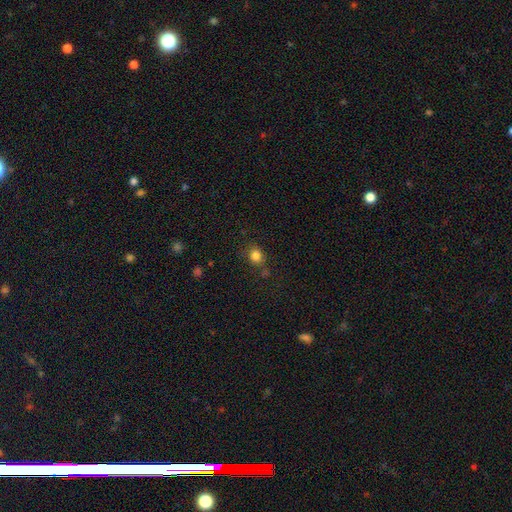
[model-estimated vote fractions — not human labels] This is clearly a smooth galaxy (82%). How rounded: likely round (73%). Merging: likely none (76%).